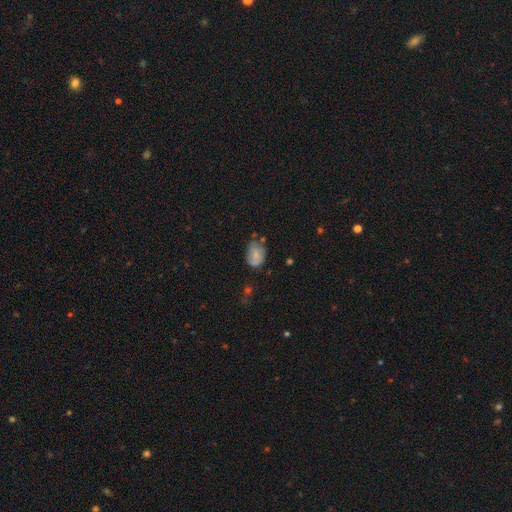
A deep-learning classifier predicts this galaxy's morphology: The model was most divided on "merging": none: 51%, minor disturbance: 35%, major disturbance: 9%, merger: 6%. More confident: how rounded — in between (76%); smooth or featured — smooth (73%).